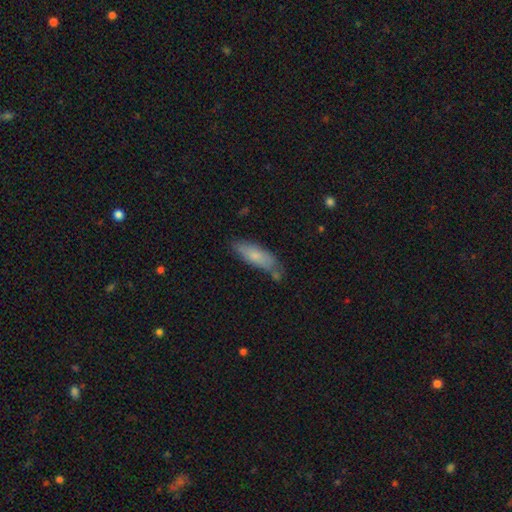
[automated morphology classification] This is likely a smooth galaxy (74%). How rounded: possibly in between (52%). Merging: likely none (64%).